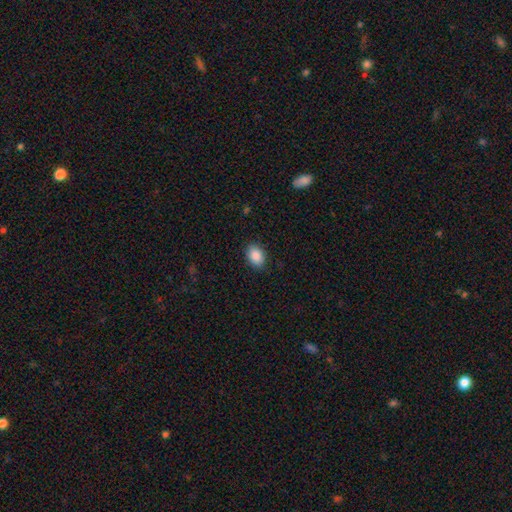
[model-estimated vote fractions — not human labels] smooth-or-featured: smooth: 90% | star or artifact: 7% | featured or disk: 3%
  how-rounded: in between: 80% | round: 19% | cigar-shaped: 1%
  merging: none: 87% | minor disturbance: 9% | major disturbance: 3% | merger: 1%